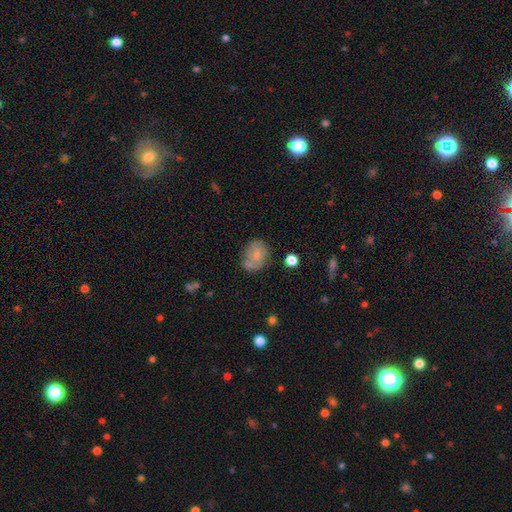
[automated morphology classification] Overall: smooth (50%; featured or disk 42%). Merging: none (56%; minor disturbance 24%).